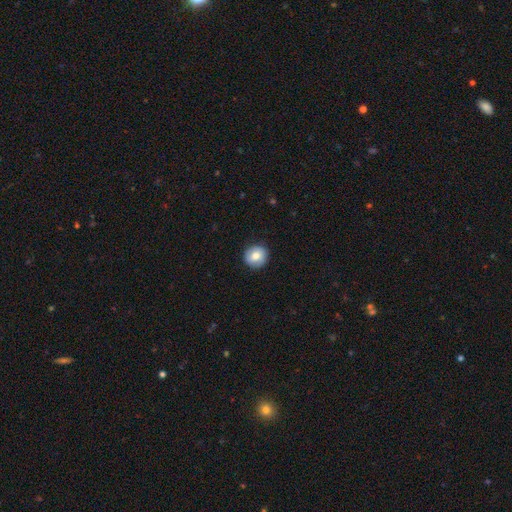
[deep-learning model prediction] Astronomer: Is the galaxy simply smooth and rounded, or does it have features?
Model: smooth — 76%.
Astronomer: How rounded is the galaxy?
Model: round — 91%.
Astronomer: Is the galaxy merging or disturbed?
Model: none — 89%.